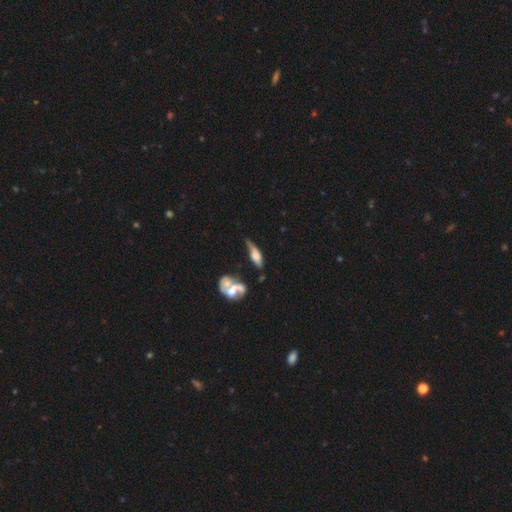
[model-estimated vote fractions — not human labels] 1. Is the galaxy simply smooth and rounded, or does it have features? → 52% featured or disk, 39% smooth, 9% star or artifact.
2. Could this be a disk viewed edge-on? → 63% yes, 37% no.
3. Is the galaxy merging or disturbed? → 33% none, 28% minor disturbance, 21% major disturbance, 17% merger.